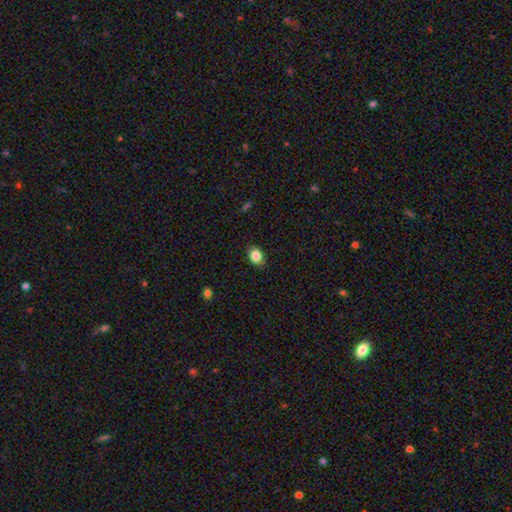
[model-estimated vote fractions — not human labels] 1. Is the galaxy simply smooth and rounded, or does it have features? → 85% smooth, 9% star or artifact, 6% featured or disk.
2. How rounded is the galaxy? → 65% in between, 34% round, 1% cigar-shaped.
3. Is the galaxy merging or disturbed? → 86% none, 11% minor disturbance, 2% major disturbance, 1% merger.